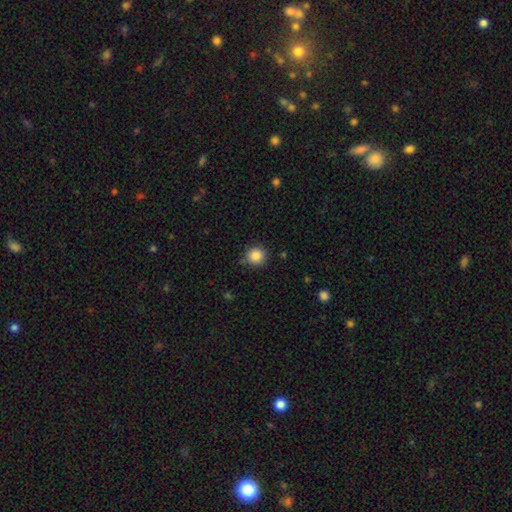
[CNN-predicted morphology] type=smooth (86%); roundness=round (93%); merging=none (82%).